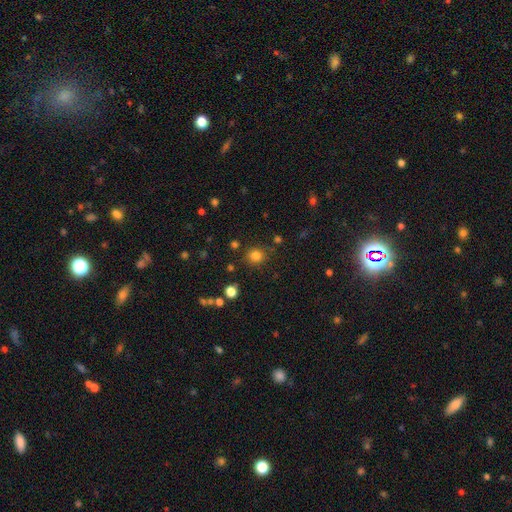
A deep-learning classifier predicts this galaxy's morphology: The model was most divided on "smooth or featured": smooth: 80%, star or artifact: 15%, featured or disk: 5%. More confident: how rounded — round (86%); merging — none (84%).